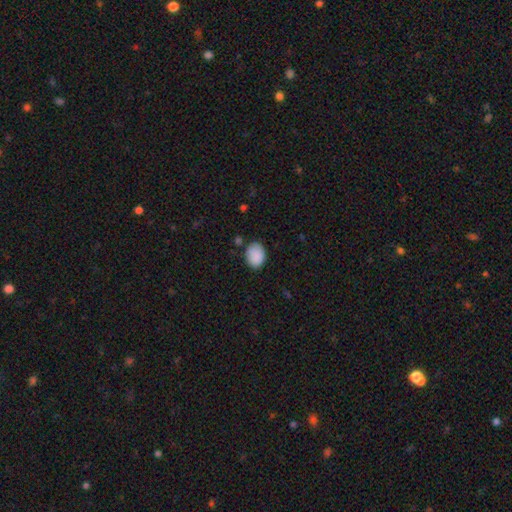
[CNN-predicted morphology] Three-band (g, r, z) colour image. It shows a smooth galaxy with no disk features (89%) that is in between round and cigar-shaped (68%). Merging: none (77%).